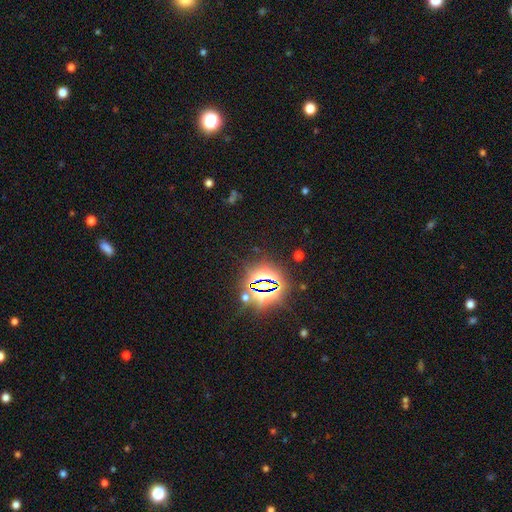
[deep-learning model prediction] A star or artifact, not a galaxy (83%).

Vote fractions:
- Smooth or featured? star or artifact: 83% / smooth: 10% / featured or disk: 7%